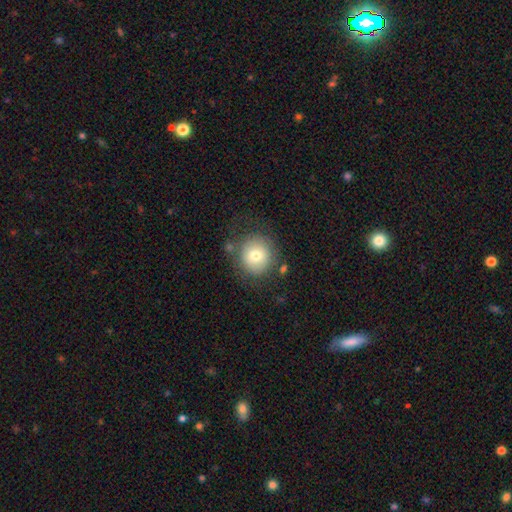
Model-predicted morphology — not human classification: Smooth or featured? Predicted: smooth (p=0.72). How rounded? Predicted: round (p=0.93). Merging? Predicted: none (p=0.77).